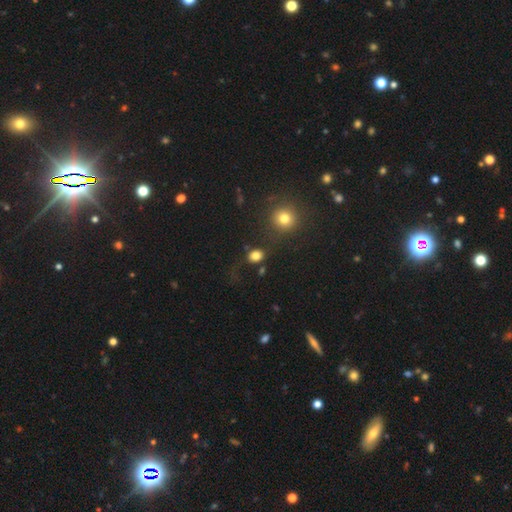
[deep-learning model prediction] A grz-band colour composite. It shows a smooth galaxy with no disk features (81%) that is round (57%). Merging: none (69%).